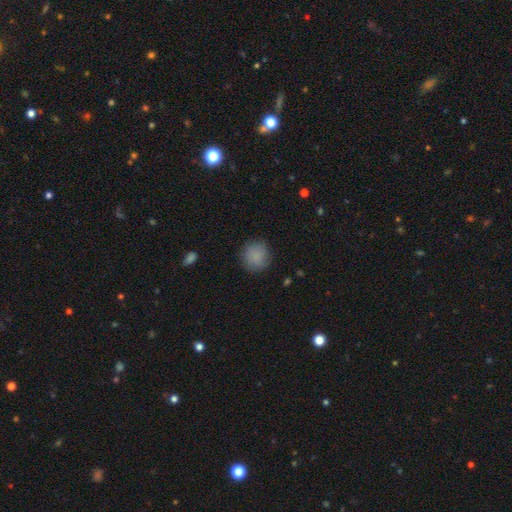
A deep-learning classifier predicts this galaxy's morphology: Smooth or featured: smooth — 87% (star or artifact — 8%)
How rounded: round — 90% (in between — 9%)
Merging: none — 86% (minor disturbance — 10%)